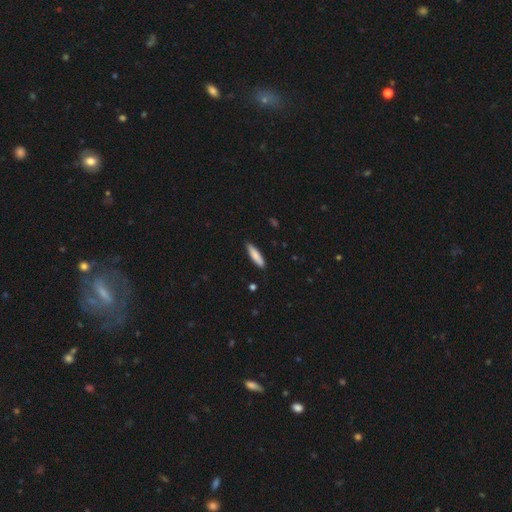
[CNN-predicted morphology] Q: Smooth or featured?
A: smooth (84%); runner-up: featured or disk (10%)
Q: How rounded?
A: cigar-shaped (74%); runner-up: in between (24%)
Q: Merging?
A: none (86%); runner-up: minor disturbance (11%)